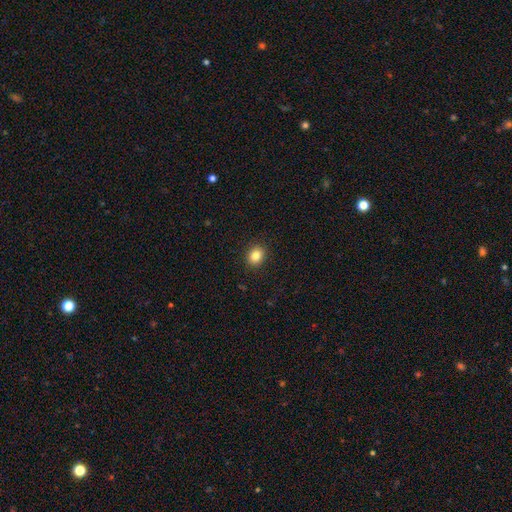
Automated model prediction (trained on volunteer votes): This is clearly a smooth galaxy (84%). How rounded: likely round (65%). Merging: clearly none (91%).